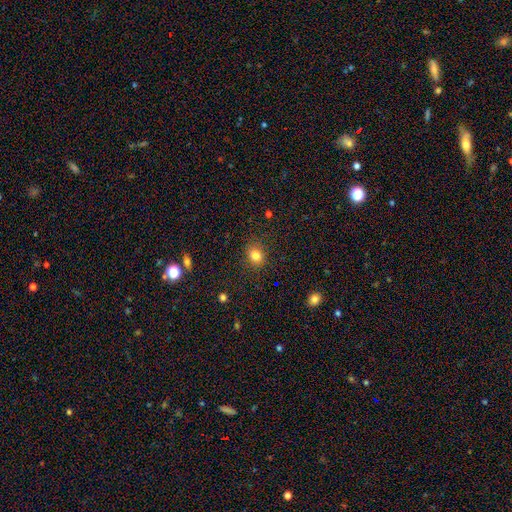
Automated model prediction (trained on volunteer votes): Q: Smooth or featured?
A: smooth (82%); runner-up: star or artifact (13%)
Q: How rounded?
A: round (67%); runner-up: in between (32%)
Q: Merging?
A: none (85%); runner-up: minor disturbance (10%)